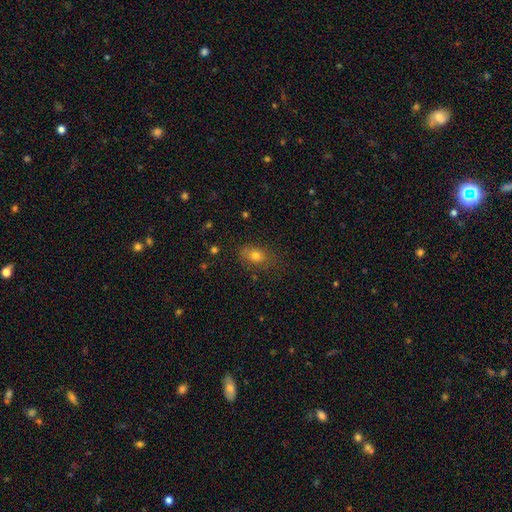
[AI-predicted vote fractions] Smooth or featured? smooth (76%)
How rounded? in between (74%)
Merging? none (76%)